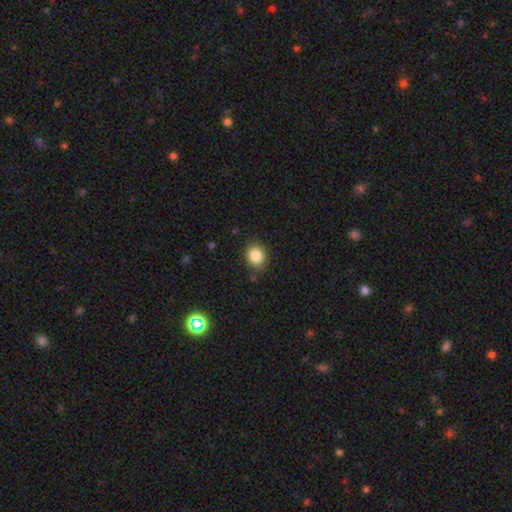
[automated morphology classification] This appears to be a smooth galaxy with no disk features (86%) that is round (65%). Merging: none (84%).